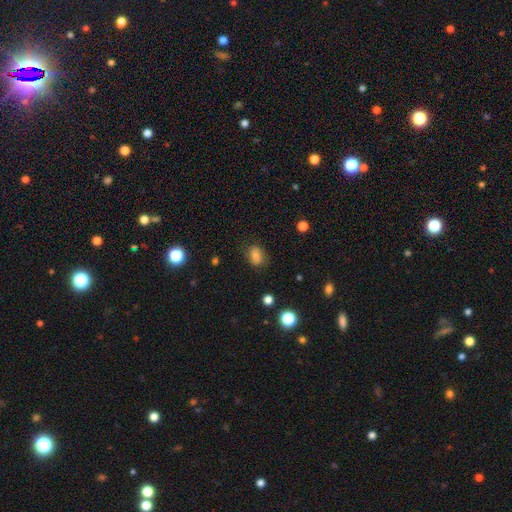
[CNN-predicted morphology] Smooth or featured? smooth (77%)
How rounded? in between (74%)
Merging? none (78%)